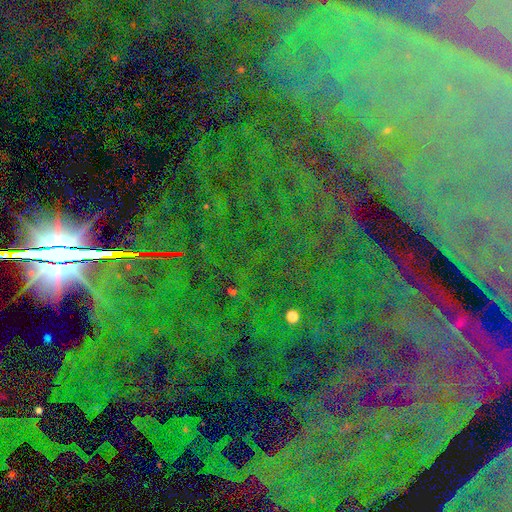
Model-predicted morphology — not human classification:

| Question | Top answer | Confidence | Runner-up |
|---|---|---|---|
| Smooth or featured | star or artifact | 85% | featured or disk (9%) |